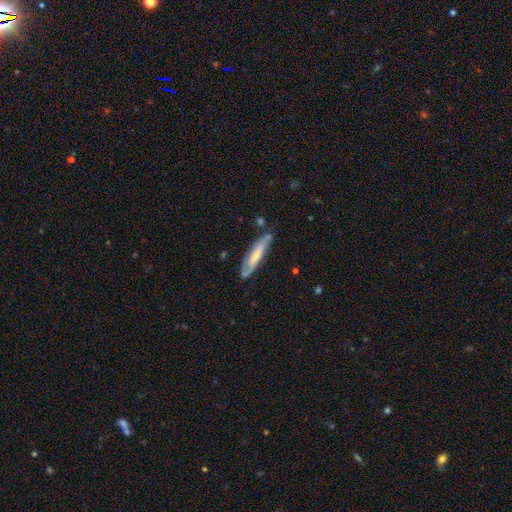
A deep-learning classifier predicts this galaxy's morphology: Overall: smooth (49%; featured or disk 45%). Merging: none (69%).